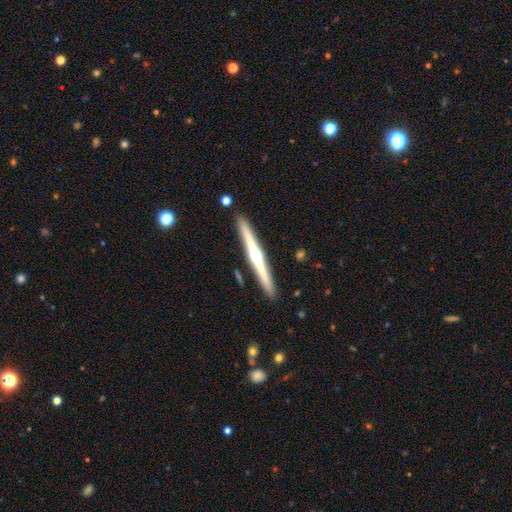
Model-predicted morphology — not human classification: A featured or disk galaxy (74%) viewed edge-on (98%) with a rounded central bulge (87%).

Vote fractions:
- Smooth or featured? featured or disk: 74% / smooth: 21% / star or artifact: 5%
- Edge-on disk? yes: 98% / no: 2%
- Edge-on bulge? rounded: 87% / none: 9% / boxy: 4%
- Merging? none: 91% / minor disturbance: 6% / merger: 1% / major disturbance: 1%